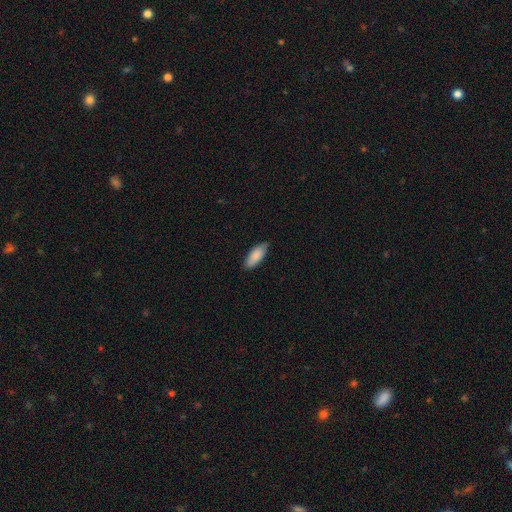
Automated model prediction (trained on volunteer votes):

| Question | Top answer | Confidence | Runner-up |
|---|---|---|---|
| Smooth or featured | smooth | 87% | featured or disk (8%) |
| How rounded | in between | 75% | cigar-shaped (24%) |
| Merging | none | 81% | minor disturbance (16%) |